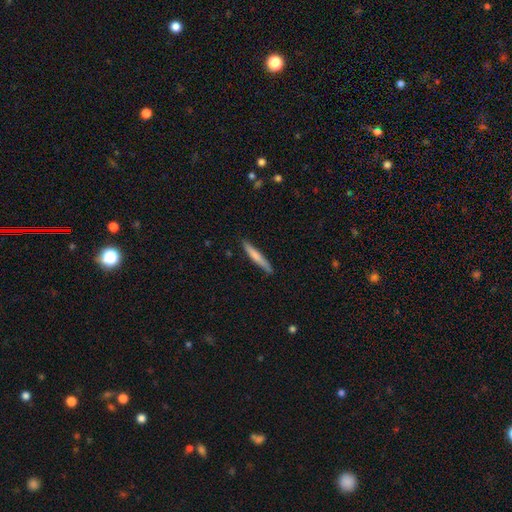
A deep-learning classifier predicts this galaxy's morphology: Smooth or featured: smooth — 69% (featured or disk — 25%)
How rounded: cigar-shaped — 95% (in between — 4%)
Merging: none — 88% (minor disturbance — 9%)